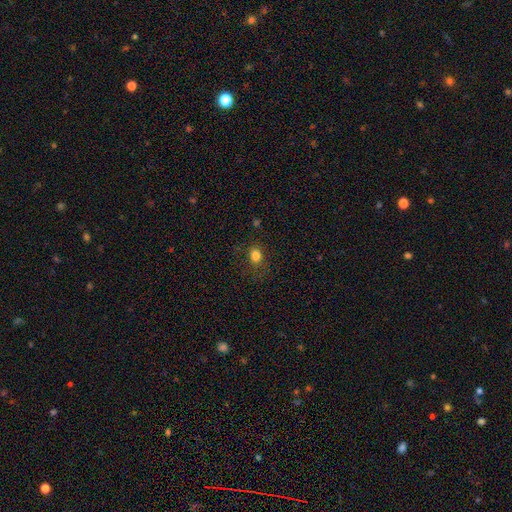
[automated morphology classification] Q: Smooth or featured?
A: smooth (81%); runner-up: star or artifact (13%)
Q: How rounded?
A: round (55%); runner-up: in between (44%)
Q: Merging?
A: none (78%); runner-up: minor disturbance (14%)